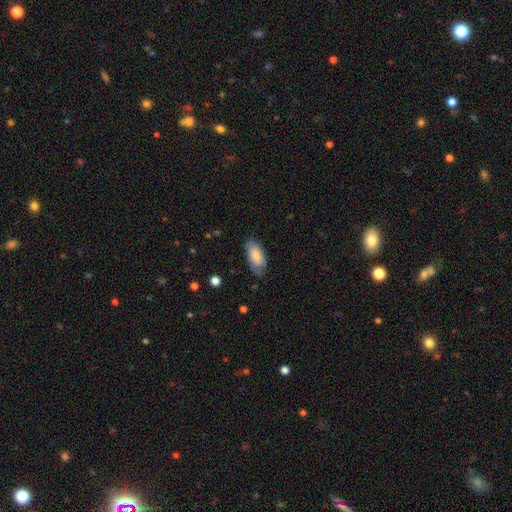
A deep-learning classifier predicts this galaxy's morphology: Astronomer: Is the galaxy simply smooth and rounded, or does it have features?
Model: smooth — 80%.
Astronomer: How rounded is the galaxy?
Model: in between — 90%.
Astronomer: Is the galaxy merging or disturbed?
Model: none — 71%.